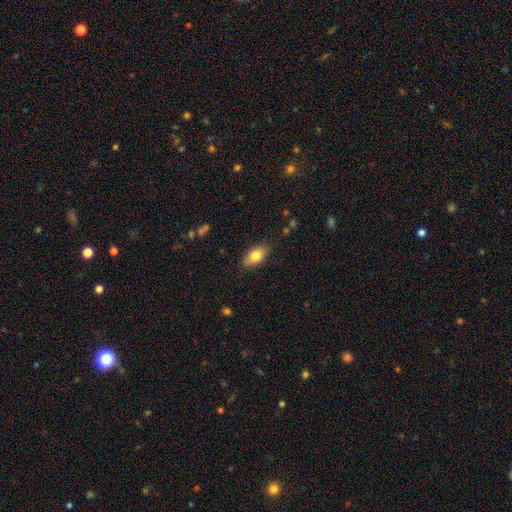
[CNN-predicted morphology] smooth-or-featured: smooth: 80% | featured or disk: 13% | star or artifact: 7%
  how-rounded: in between: 89% | round: 6% | cigar-shaped: 5%
  merging: none: 81% | minor disturbance: 15% | major disturbance: 3% | merger: 1%